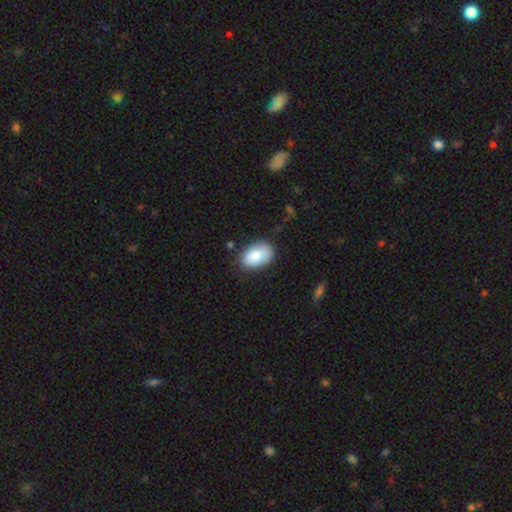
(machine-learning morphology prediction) Overall: smooth (85%). How rounded: in between (91%). Merging: none (76%).